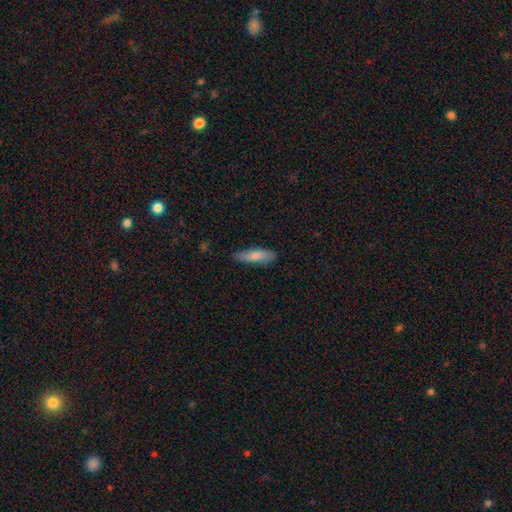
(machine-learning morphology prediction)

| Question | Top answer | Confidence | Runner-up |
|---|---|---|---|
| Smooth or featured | smooth | 79% | featured or disk (15%) |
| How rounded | cigar-shaped | 61% | in between (38%) |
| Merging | none | 79% | minor disturbance (17%) |